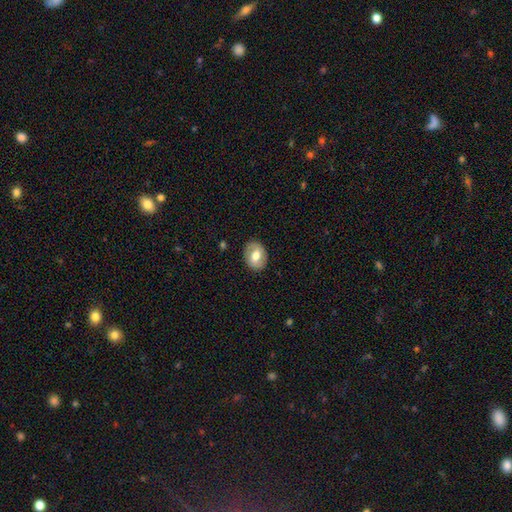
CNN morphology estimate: smooth-or-featured: smooth: 56% | featured or disk: 37% | star or artifact: 7%
  how-rounded: in between: 62% | round: 37% | cigar-shaped: 1%
  merging: none: 86% | minor disturbance: 10% | major disturbance: 3% | merger: 1%